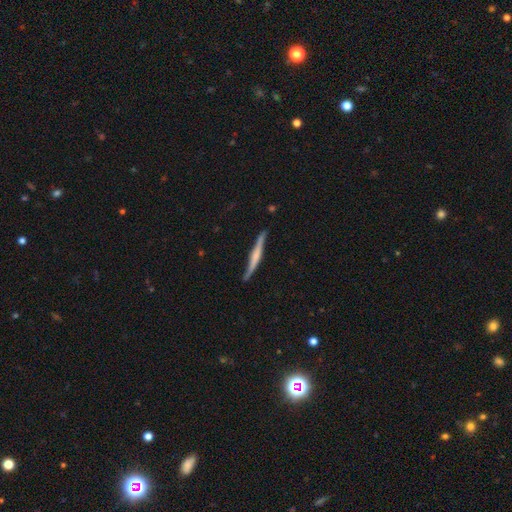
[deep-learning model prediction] The model was most divided on "edge-on bulge": rounded: 36%, none: 34%, boxy: 30%. More confident: edge-on disk — yes (94%); merging — none (80%); smooth or featured — featured or disk (62%).